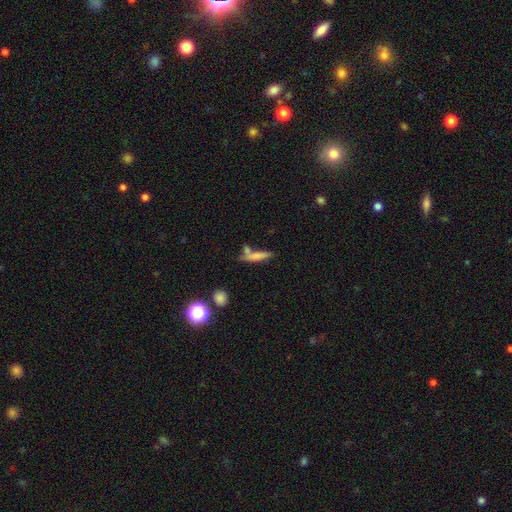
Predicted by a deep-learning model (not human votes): smooth_or_featured: smooth (p=0.69) [alt: featured or disk p=0.22]
how_rounded: cigar-shaped (p=0.77) [alt: in between p=0.20]
merging: none (p=0.48) [alt: merger p=0.28]